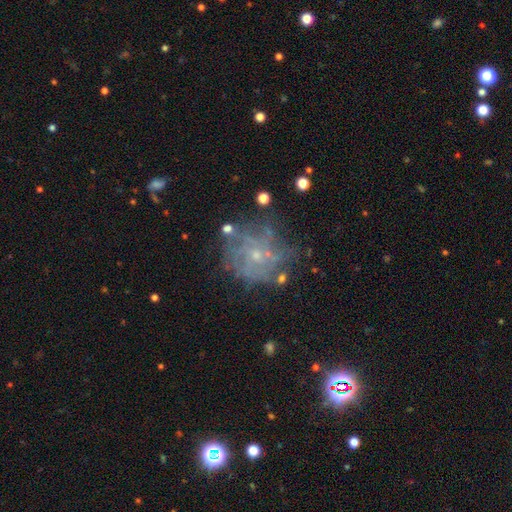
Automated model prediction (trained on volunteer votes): featured or disk 66%, smooth 17%, star or artifact 17%. Down the decision tree: edge-on disk — no (97%); bar — no (81%); spiral arms — yes (65%); bulge size — small (74%); merging — none (61%).